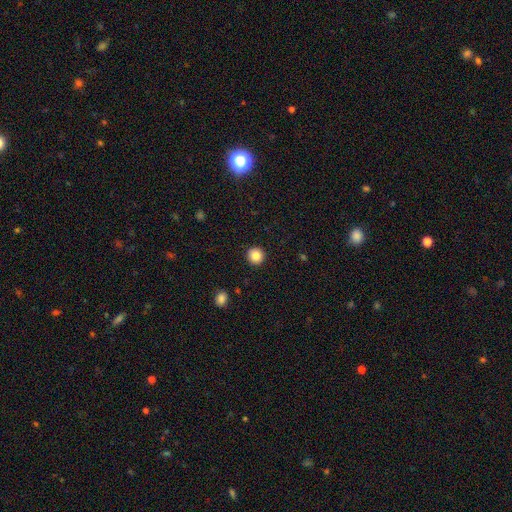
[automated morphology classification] Smooth or featured? smooth (84%)
How rounded? round (95%)
Merging? none (93%)